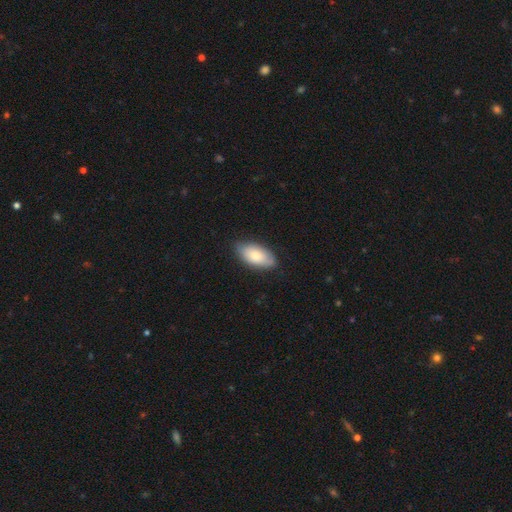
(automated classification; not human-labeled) Q: Smooth or featured?
A: smooth (79%); runner-up: featured or disk (16%)
Q: How rounded?
A: in between (93%); runner-up: cigar-shaped (4%)
Q: Merging?
A: none (79%); runner-up: minor disturbance (17%)